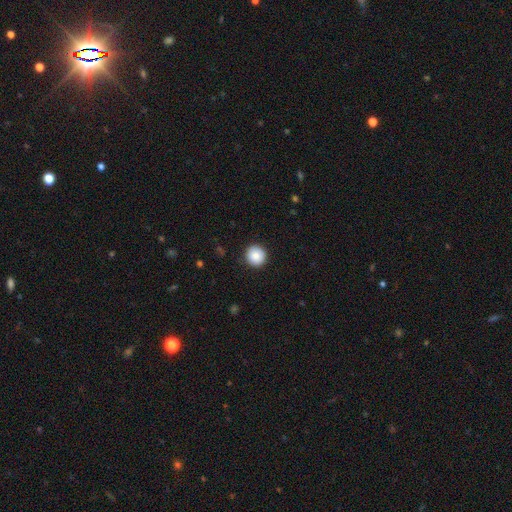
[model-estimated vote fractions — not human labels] A smooth galaxy with no disk features (87%) that is round (95%). Merging: none (91%).